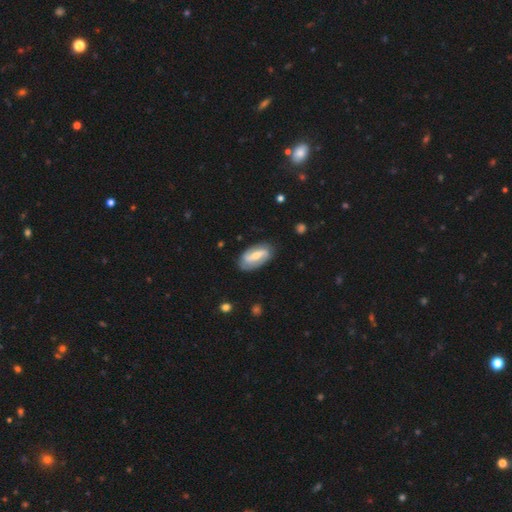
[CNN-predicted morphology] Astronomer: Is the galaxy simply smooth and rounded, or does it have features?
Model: featured or disk — 73%.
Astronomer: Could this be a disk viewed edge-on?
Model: no — 94%.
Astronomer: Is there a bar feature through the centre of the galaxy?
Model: strong — 43% (runner-up: weak, 38%).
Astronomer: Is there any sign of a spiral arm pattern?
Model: yes — 88%.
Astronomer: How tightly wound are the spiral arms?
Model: loose — 41% (runner-up: medium, 35%).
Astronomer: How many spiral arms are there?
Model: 2 — 87%.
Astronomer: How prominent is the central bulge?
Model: moderate — 51% (runner-up: small, 42%).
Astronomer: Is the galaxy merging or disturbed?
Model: none — 82%.